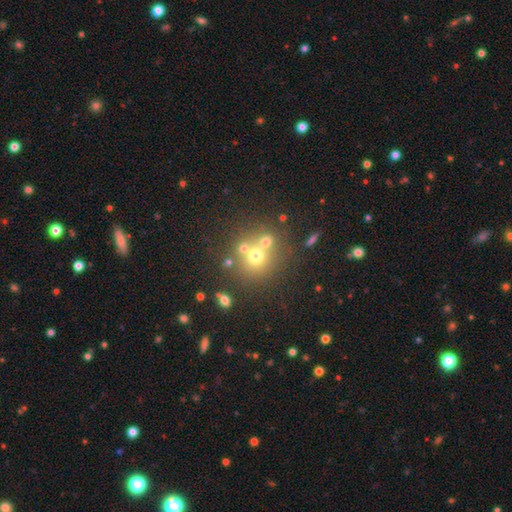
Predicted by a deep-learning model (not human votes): A smooth galaxy with no disk features (63%) that is round (85%).

Vote fractions:
- Smooth or featured? smooth: 63% / featured or disk: 19% / star or artifact: 18%
- How rounded? round: 85% / in between: 14% / cigar-shaped: 1%
- Merging? none: 51% / merger: 36% / minor disturbance: 9% / major disturbance: 4%